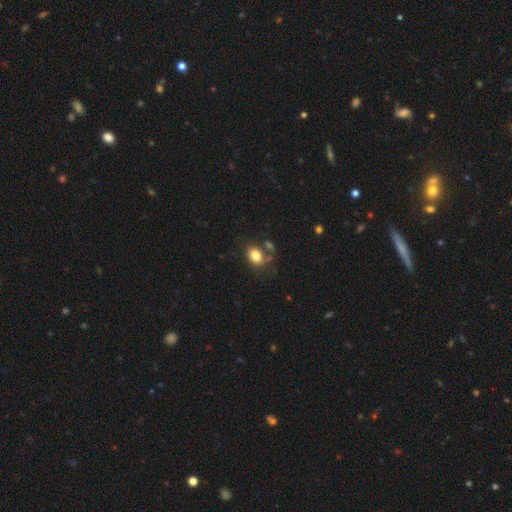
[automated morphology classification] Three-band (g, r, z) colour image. It shows a smooth galaxy with no disk features (81%) that is in between round and cigar-shaped (70%). Merging: none (63%).